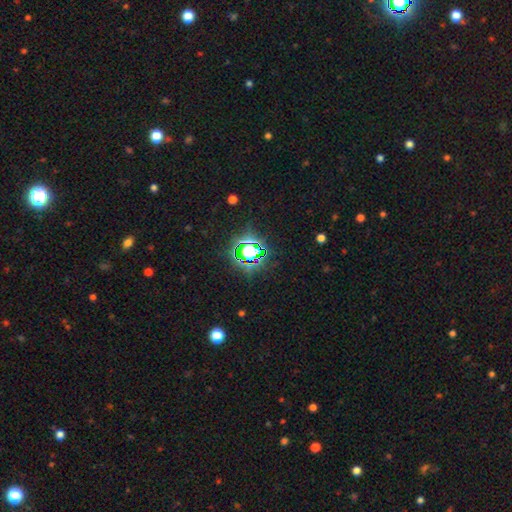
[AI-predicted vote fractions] smooth-or-featured: star or artifact: 77% | smooth: 15% | featured or disk: 8%